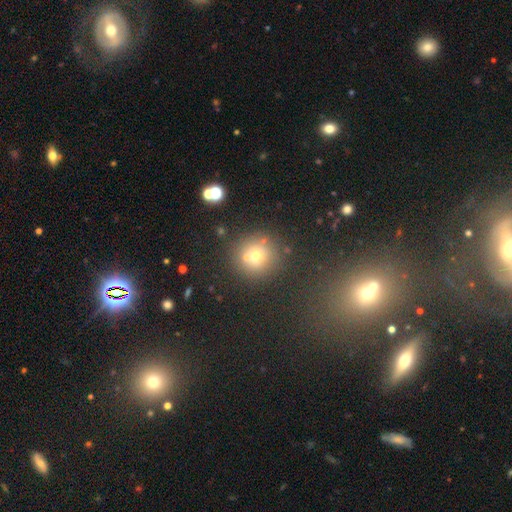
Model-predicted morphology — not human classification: type=smooth (61%); roundness=round (91%); merging=none (68%).